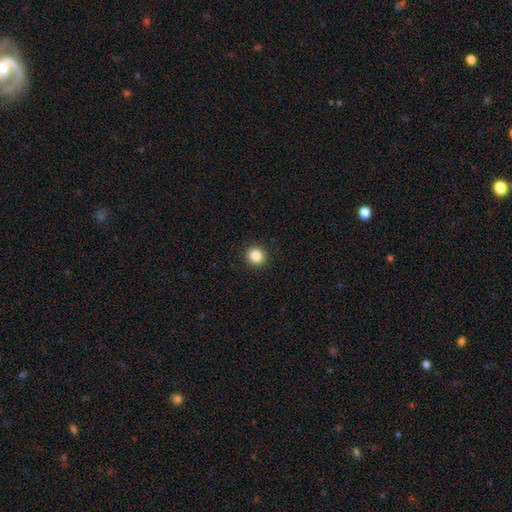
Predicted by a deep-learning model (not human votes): Smooth or featured?
  - smooth: 85% *
  - star or artifact: 10%
  - featured or disk: 4%
How rounded?
  - round: 91% *
  - in between: 8%
  - cigar-shaped: 1%
Merging?
  - none: 93% *
  - minor disturbance: 5%
  - major disturbance: 2%
  - merger: 1%